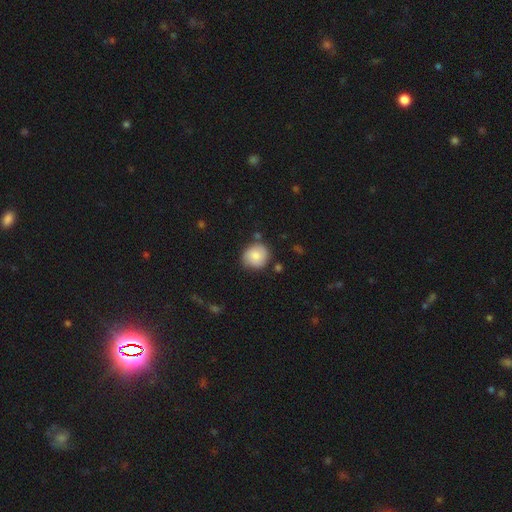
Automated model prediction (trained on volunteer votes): Overall: smooth (79%). How rounded: round (82%). Merging: none (76%).